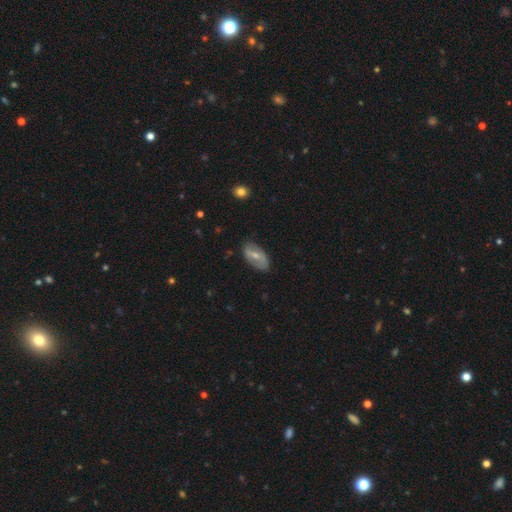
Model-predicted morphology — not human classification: The model was most divided on "smooth or featured": featured or disk: 54%, smooth: 40%, star or artifact: 6%. More confident: edge-on disk — no (90%); merging — none (75%).